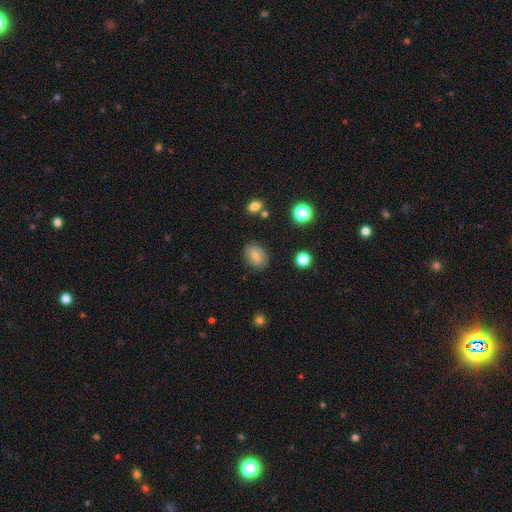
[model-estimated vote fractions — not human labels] This appears to be a smooth galaxy with no disk features (58%) that is in between round and cigar-shaped (74%). Merging: none (82%).